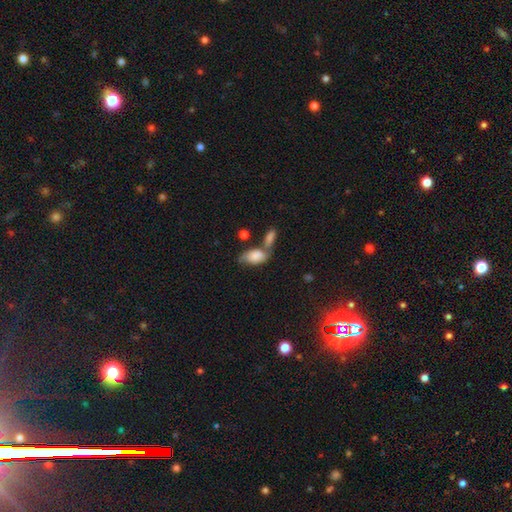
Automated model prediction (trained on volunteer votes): Overall: smooth (75%). How rounded: in between (91%). Merging: merger (41%; none 31%).